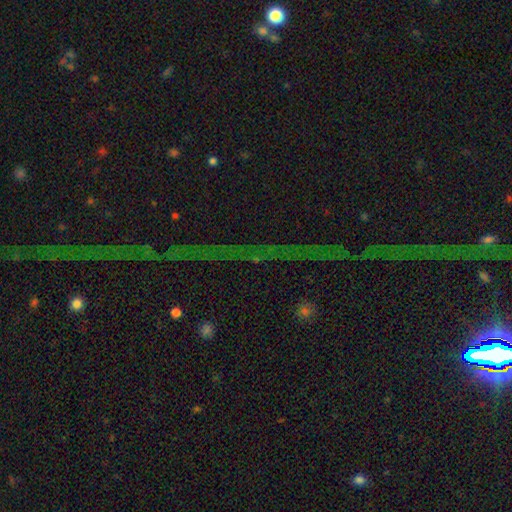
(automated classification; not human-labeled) smooth-or-featured: star or artifact: 79% | featured or disk: 12% | smooth: 9%